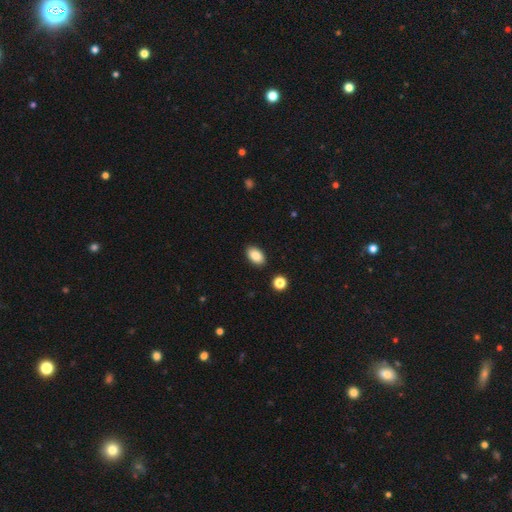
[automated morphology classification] Smooth or featured?
  - smooth: 88% *
  - star or artifact: 8%
  - featured or disk: 5%
How rounded?
  - in between: 92% *
  - round: 7%
  - cigar-shaped: 1%
Merging?
  - none: 89% *
  - minor disturbance: 8%
  - major disturbance: 2%
  - merger: 2%